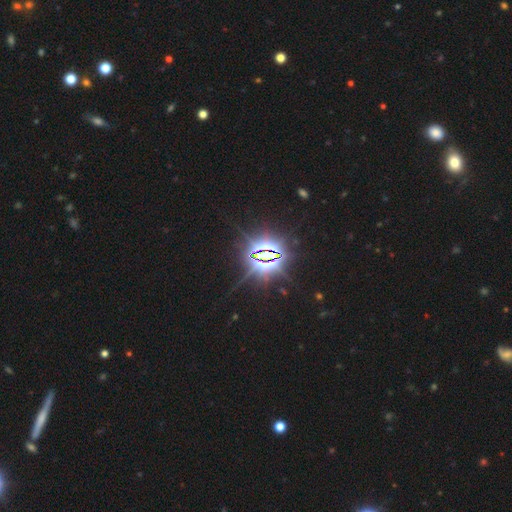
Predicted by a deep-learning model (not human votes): Smooth or featured: star or artifact — 86% (featured or disk — 7%)